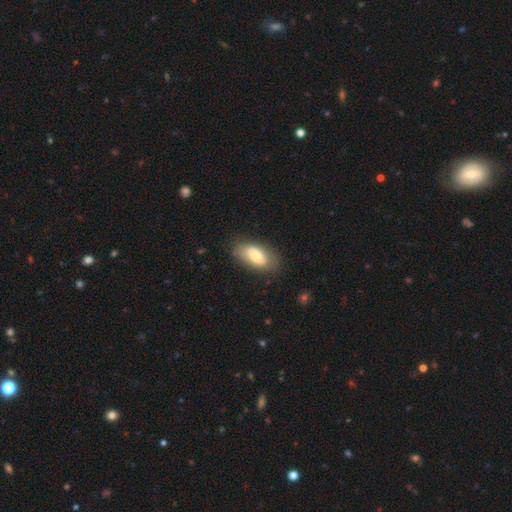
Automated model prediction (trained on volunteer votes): Smooth or featured: smooth — 66% (featured or disk — 27%)
How rounded: in between — 90% (cigar-shaped — 6%)
Merging: none — 77% (minor disturbance — 17%)